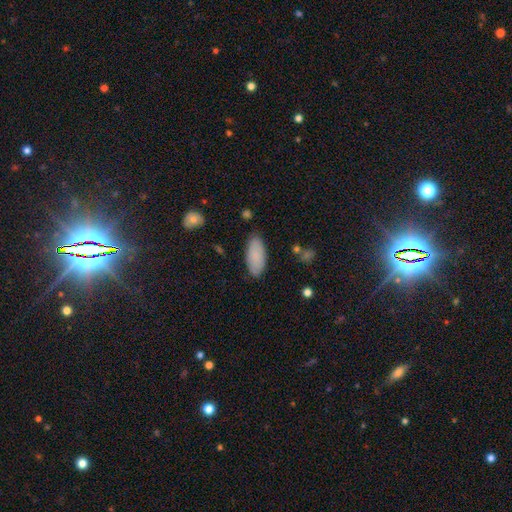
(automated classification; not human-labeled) smooth_or_featured: smooth (p=0.87) [alt: featured or disk p=0.07]
how_rounded: in between (p=0.88) [alt: cigar-shaped p=0.10]
merging: none (p=0.84) [alt: minor disturbance p=0.12]